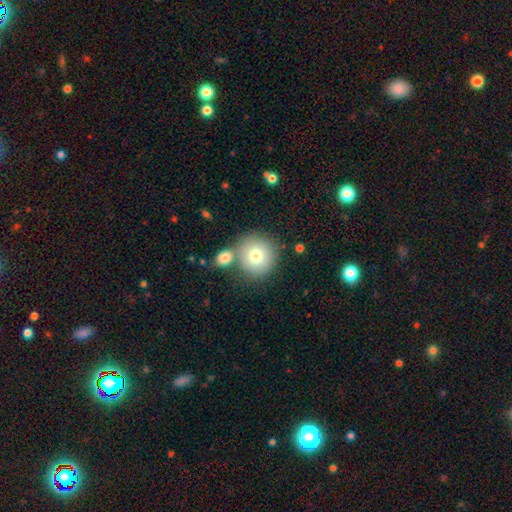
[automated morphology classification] The model was most divided on "merging": none: 65%, merger: 22%, minor disturbance: 9%, major disturbance: 3%. More confident: how rounded — round (93%); smooth or featured — smooth (75%).